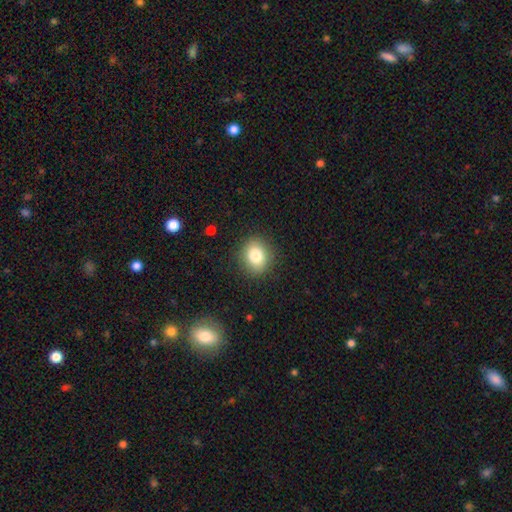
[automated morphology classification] Smooth or featured? smooth (82%)
How rounded? round (69%)
Merging? none (88%)